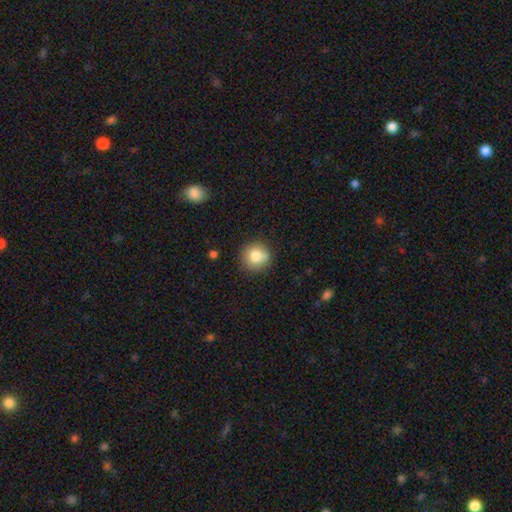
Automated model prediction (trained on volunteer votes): Morphology: type=smooth (81%); roundness=round (92%); merging=none (82%).